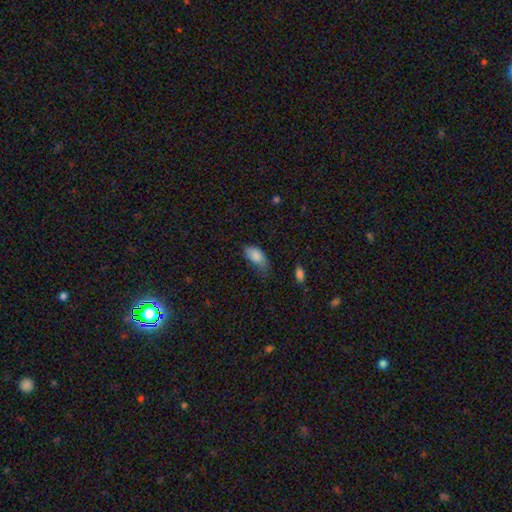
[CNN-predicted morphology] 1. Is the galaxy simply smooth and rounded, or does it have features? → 85% smooth, 7% star or artifact, 7% featured or disk.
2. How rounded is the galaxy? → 93% in between, 4% cigar-shaped, 3% round.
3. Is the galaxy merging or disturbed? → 42% minor disturbance, 40% none, 16% major disturbance, 2% merger.